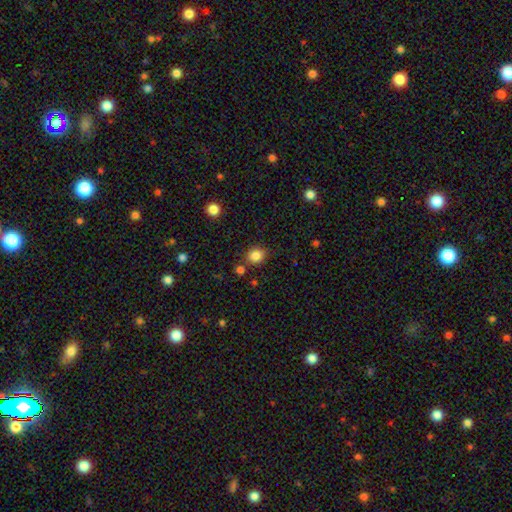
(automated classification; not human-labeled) smooth-or-featured: smooth: 84% | star or artifact: 11% | featured or disk: 5%
  how-rounded: round: 66% | in between: 33% | cigar-shaped: 1%
  merging: none: 79% | minor disturbance: 12% | merger: 6% | major disturbance: 3%